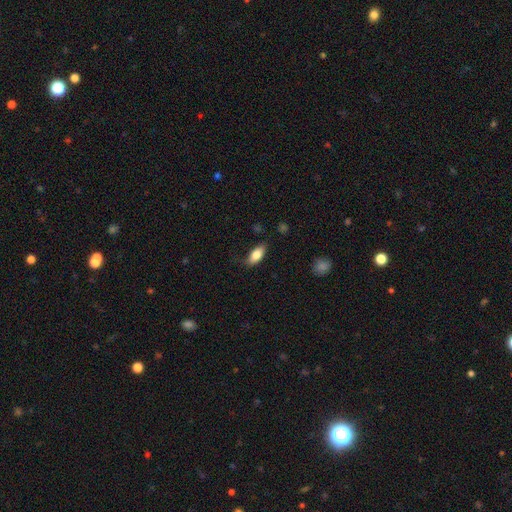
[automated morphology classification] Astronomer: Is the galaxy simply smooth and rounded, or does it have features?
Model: smooth — 81%.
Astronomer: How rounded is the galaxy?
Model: in between — 86%.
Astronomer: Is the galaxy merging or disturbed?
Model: none — 69%.